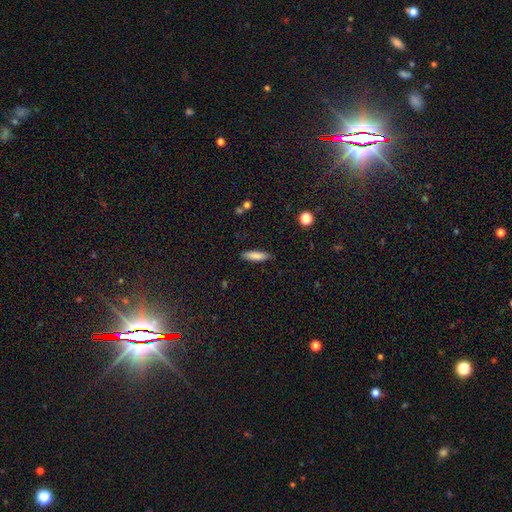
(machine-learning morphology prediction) A smooth galaxy with no disk features (83%) that is cigar-shaped (66%).

Vote fractions:
- Smooth or featured? smooth: 83% / featured or disk: 11% / star or artifact: 7%
- How rounded? cigar-shaped: 66% / in between: 32% / round: 2%
- Merging? none: 87% / minor disturbance: 10% / major disturbance: 2% / merger: 1%